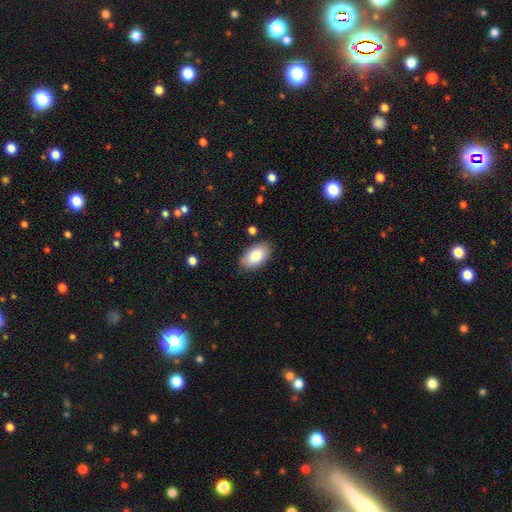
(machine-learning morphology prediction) Q: Smooth or featured?
A: smooth (83%); runner-up: featured or disk (10%)
Q: How rounded?
A: in between (94%); runner-up: round (5%)
Q: Merging?
A: none (83%); runner-up: minor disturbance (12%)